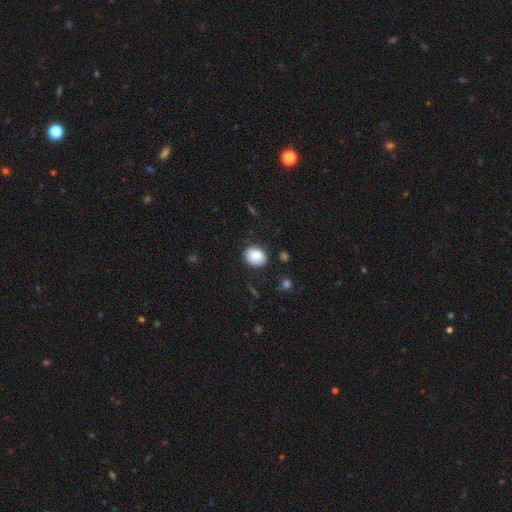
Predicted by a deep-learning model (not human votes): Overall: smooth (84%). How rounded: round (62%; in between 38%). Merging: none (82%).